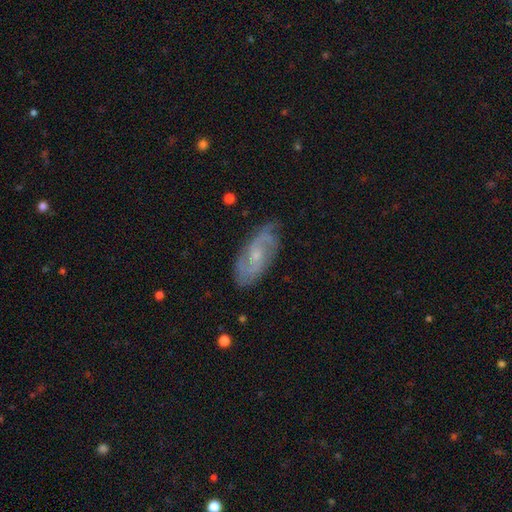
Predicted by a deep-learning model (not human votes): Morphology: type=featured or disk (79%); edge-on=no (93%); bar=no (56%); spiral arms=yes (94%); winding=medium (46%); arm count=2 (65%); bulge=small (62%); merging=none (80%).